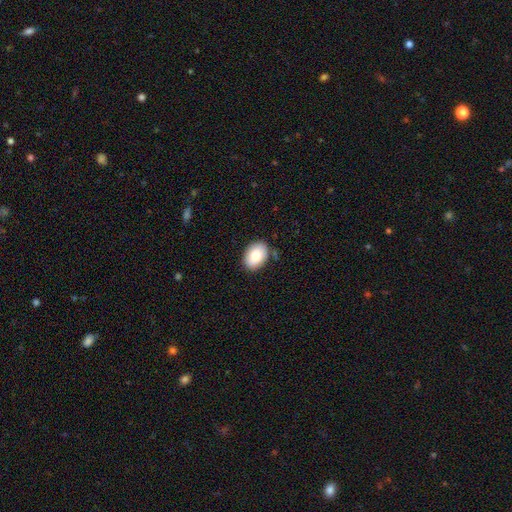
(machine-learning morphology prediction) A smooth galaxy with no disk features (84%) that is in between round and cigar-shaped (82%). Merging: none (82%).